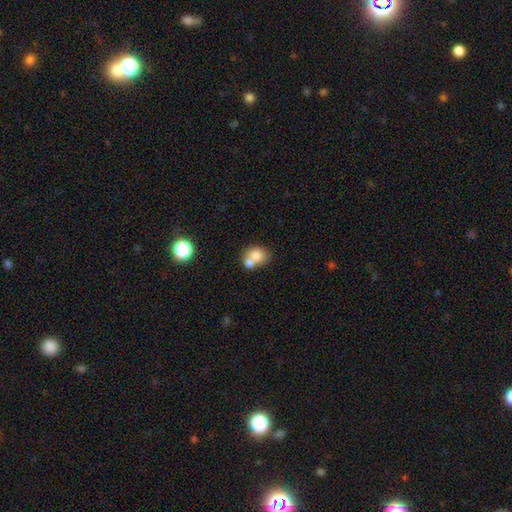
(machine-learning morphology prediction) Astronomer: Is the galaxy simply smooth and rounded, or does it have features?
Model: smooth — 75%.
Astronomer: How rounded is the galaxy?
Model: round — 55% (runner-up: in between, 44%).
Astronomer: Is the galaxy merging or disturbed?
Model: merger — 56% (runner-up: none, 32%).